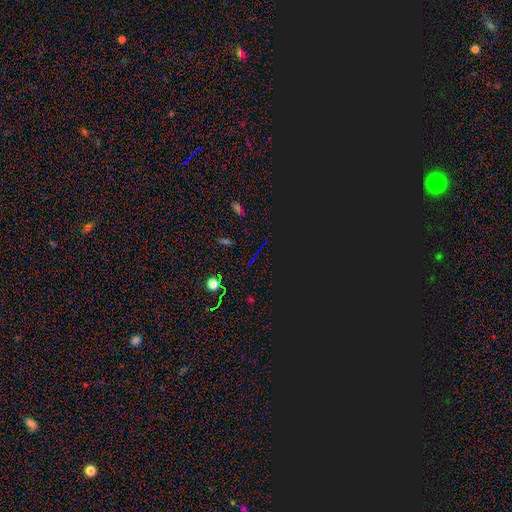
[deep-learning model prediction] Smooth or featured? star or artifact (78%)